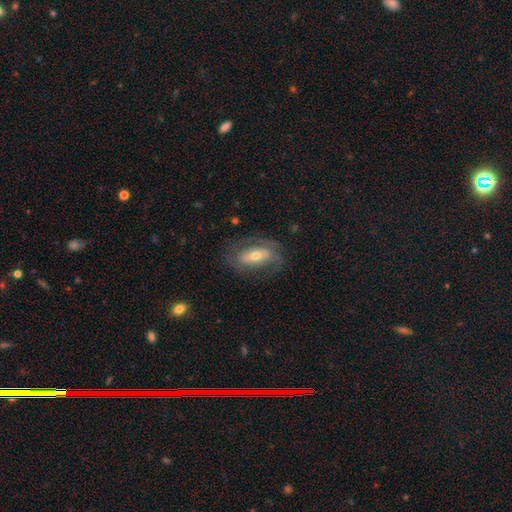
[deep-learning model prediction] The model was most divided on "smooth or featured": featured or disk: 57%, smooth: 35%, star or artifact: 8%. More confident: edge-on disk — no (87%); merging — none (67%).